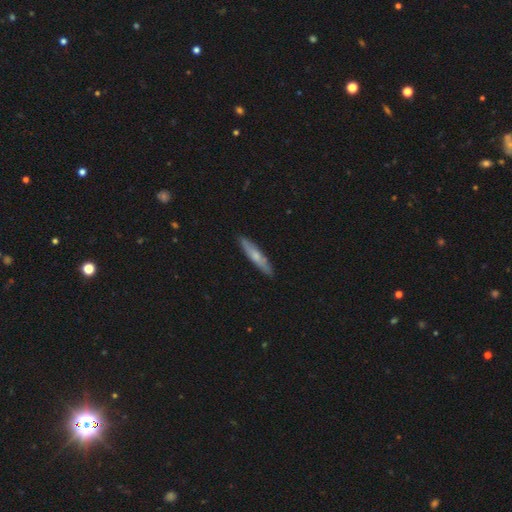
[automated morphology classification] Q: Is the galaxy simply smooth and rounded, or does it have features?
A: smooth — 55%.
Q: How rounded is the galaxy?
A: cigar-shaped — 88%.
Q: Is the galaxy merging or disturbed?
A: none — 88%.